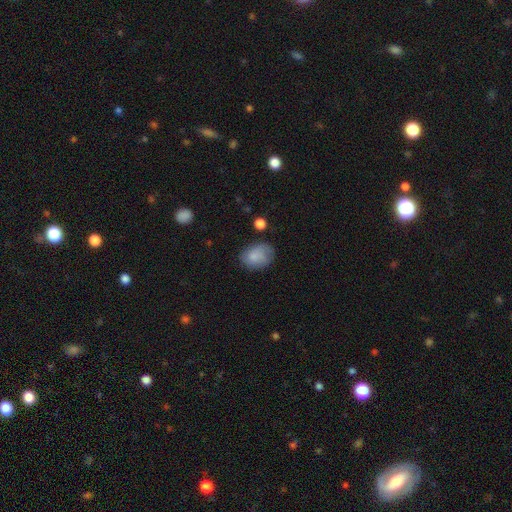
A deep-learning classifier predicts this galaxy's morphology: Overall: smooth (77%). How rounded: in between (70%). Merging: none (60%; minor disturbance 28%).